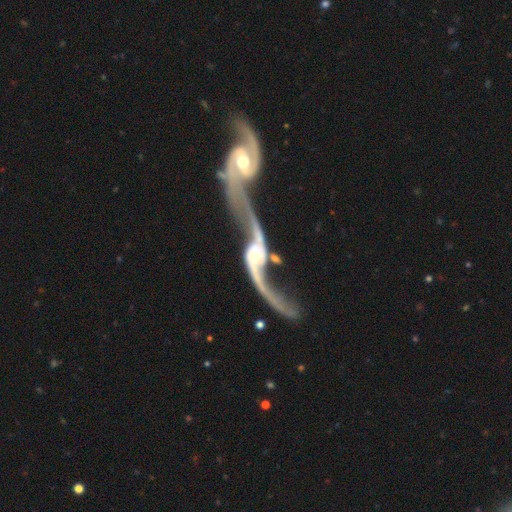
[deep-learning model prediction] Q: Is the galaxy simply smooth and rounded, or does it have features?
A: featured or disk — 90%.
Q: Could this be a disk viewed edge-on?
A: no — 92%.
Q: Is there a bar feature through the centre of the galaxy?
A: no — 57%.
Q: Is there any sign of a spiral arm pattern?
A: yes — 94%.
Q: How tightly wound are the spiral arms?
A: loose — 92%.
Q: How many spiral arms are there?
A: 2 — 92%.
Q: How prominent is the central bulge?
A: small — 52%.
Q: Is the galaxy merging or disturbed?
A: merger — 56%.